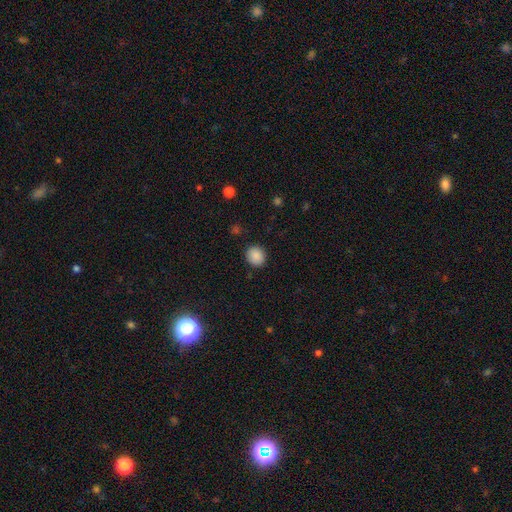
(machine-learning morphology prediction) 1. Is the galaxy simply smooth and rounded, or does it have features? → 88% smooth, 9% star or artifact, 3% featured or disk.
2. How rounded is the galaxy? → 80% round, 19% in between, 1% cigar-shaped.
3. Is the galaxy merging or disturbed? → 89% none, 8% minor disturbance, 2% major disturbance, 1% merger.